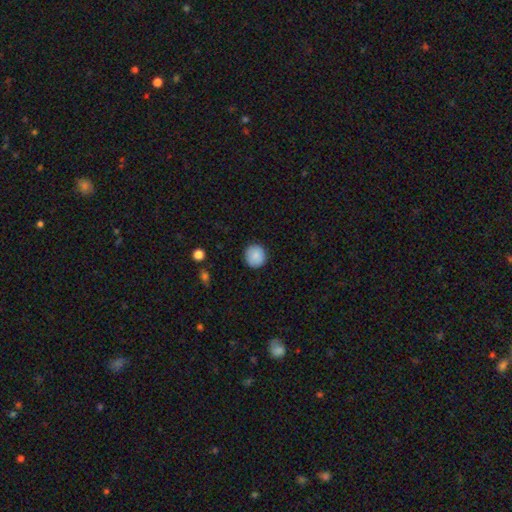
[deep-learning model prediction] smooth-or-featured: smooth: 89% | star or artifact: 8% | featured or disk: 4%
  how-rounded: round: 92% | in between: 7% | cigar-shaped: 1%
  merging: none: 90% | minor disturbance: 7% | major disturbance: 2% | merger: 1%